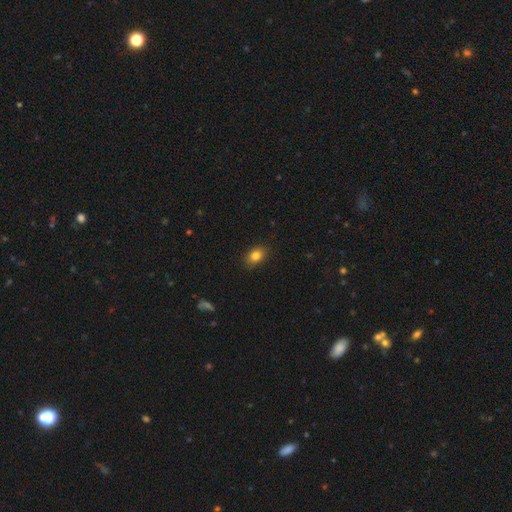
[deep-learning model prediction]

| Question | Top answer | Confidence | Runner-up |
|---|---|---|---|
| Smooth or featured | smooth | 83% | star or artifact (10%) |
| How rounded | in between | 70% | round (29%) |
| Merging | none | 87% | minor disturbance (10%) |